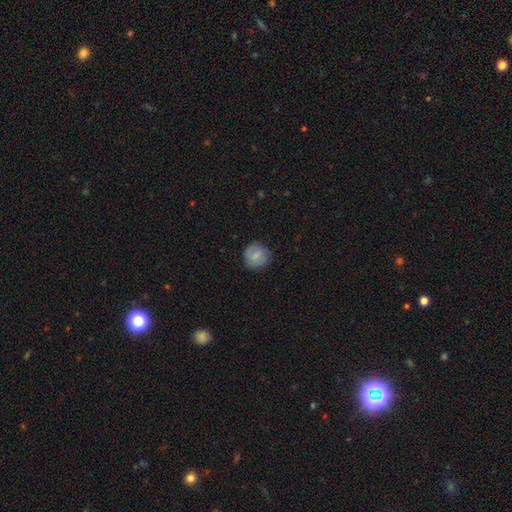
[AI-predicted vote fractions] Smooth or featured? Predicted: smooth (p=0.77). How rounded? Predicted: round (p=0.89). Merging? Predicted: none (p=0.81).